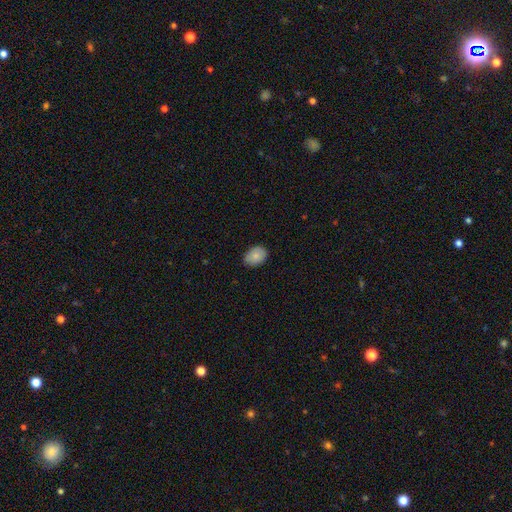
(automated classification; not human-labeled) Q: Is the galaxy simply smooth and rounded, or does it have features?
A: smooth — 83%.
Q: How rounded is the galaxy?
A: in between — 72%.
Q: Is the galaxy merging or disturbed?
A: none — 83%.